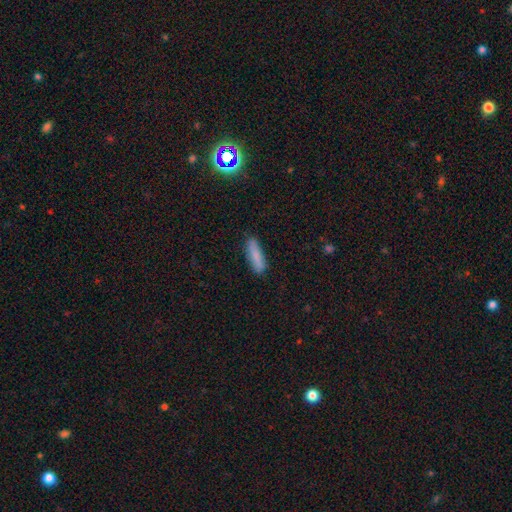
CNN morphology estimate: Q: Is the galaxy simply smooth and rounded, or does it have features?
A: smooth — 83%.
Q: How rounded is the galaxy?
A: cigar-shaped — 61%.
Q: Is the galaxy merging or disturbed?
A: none — 84%.